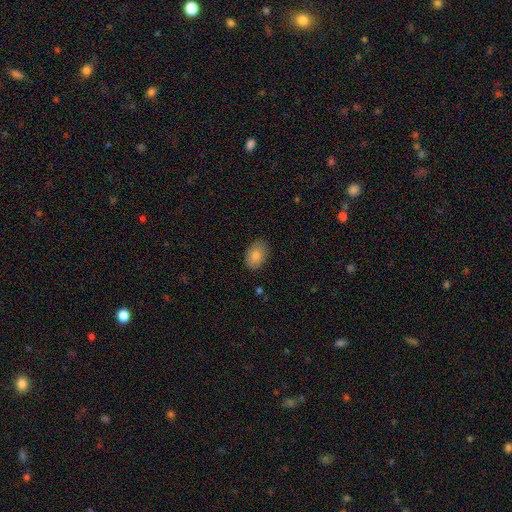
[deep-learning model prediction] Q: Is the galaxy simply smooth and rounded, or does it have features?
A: smooth — 84%.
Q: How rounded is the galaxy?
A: in between — 87%.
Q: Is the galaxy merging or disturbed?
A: none — 85%.